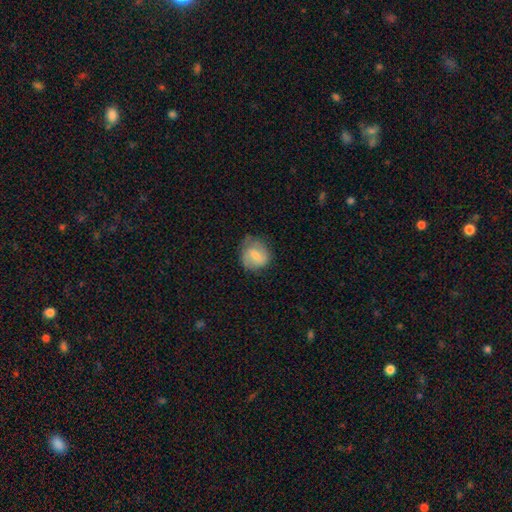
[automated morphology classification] The model was most divided on "smooth or featured": smooth: 63%, featured or disk: 30%, star or artifact: 7%. More confident: how rounded — round (73%); merging — none (61%).